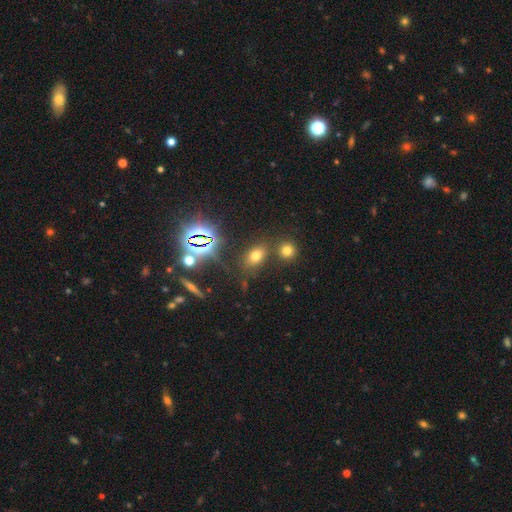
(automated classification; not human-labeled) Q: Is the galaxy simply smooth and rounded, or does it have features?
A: smooth — 62%.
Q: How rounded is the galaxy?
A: in between — 73%.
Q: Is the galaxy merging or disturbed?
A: none — 73%.